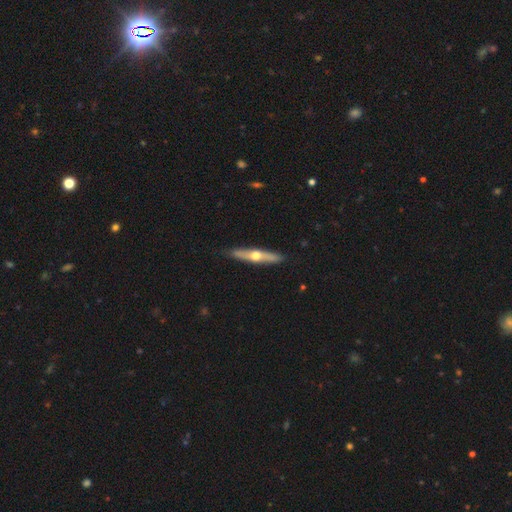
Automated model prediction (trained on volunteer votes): Overall: featured or disk (61%; smooth 34%). Edge-on disk: yes (93%). Edge-on bulge: rounded (93%). Merging: none (88%).